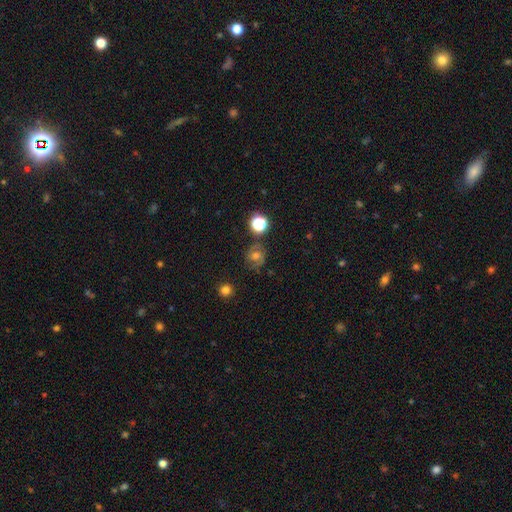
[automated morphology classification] Smooth or featured: featured or disk — 41% (smooth — 40%)
Merging: none — 75% (minor disturbance — 16%)